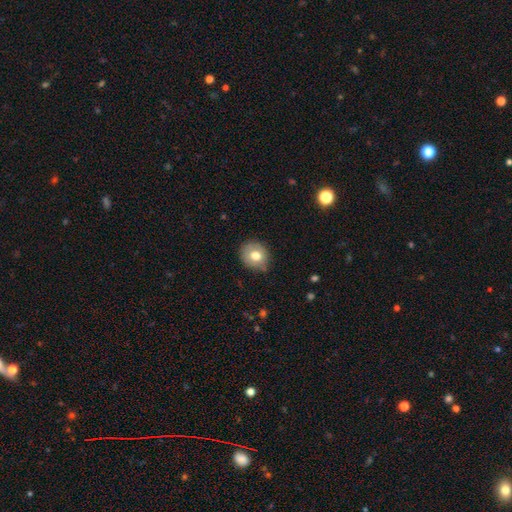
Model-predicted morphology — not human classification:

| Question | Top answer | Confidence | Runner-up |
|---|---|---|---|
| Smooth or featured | smooth | 74% | featured or disk (17%) |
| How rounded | round | 71% | in between (28%) |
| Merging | none | 76% | minor disturbance (19%) |